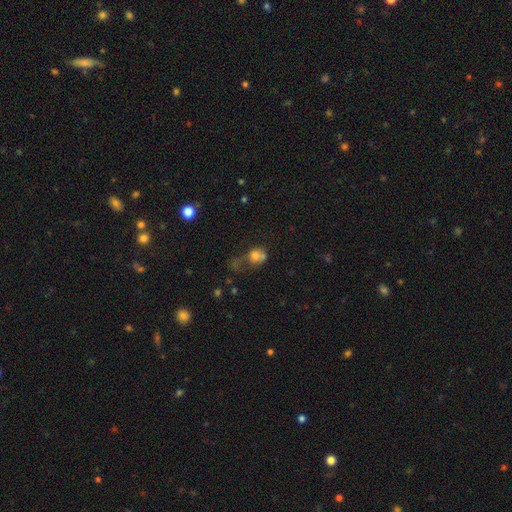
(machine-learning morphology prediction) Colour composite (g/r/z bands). It shows a smooth galaxy with no disk features (68%) that is round (66%). Merging: merger (44%).